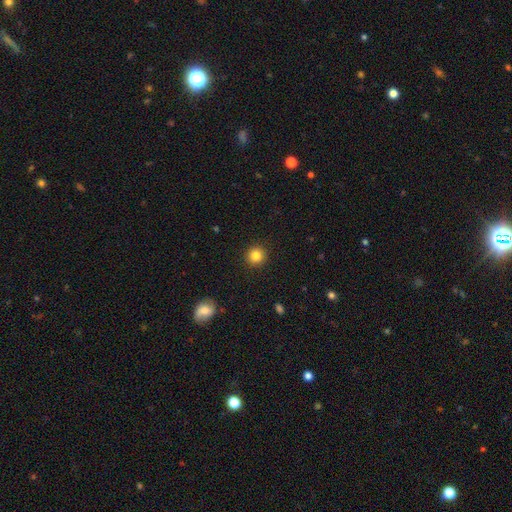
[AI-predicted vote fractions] Smooth or featured? Predicted: smooth (p=0.84). How rounded? Predicted: round (p=0.94). Merging? Predicted: none (p=0.92).